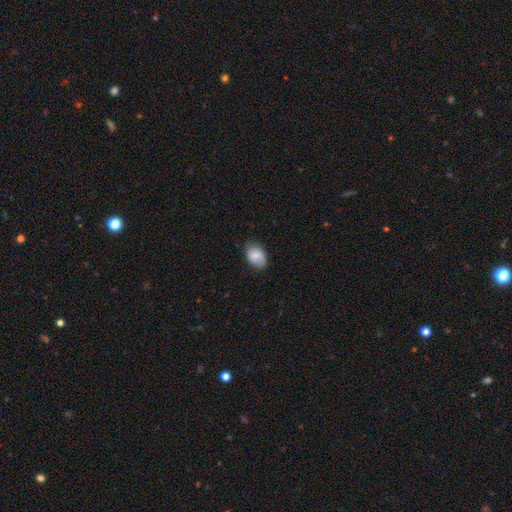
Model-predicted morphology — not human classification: smooth_or_featured: smooth (p=0.76) [alt: featured or disk p=0.17]
how_rounded: in between (p=0.87) [alt: round p=0.12]
merging: none (p=0.78) [alt: minor disturbance p=0.18]